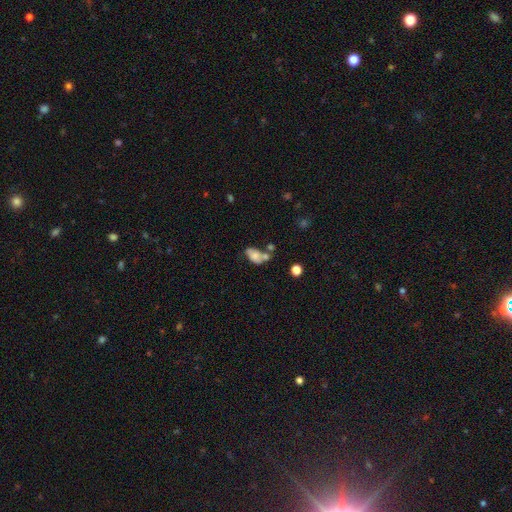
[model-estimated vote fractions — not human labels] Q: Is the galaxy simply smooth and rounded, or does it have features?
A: smooth — 61%.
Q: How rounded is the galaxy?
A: in between — 86%.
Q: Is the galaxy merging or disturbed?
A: merger — 40%.